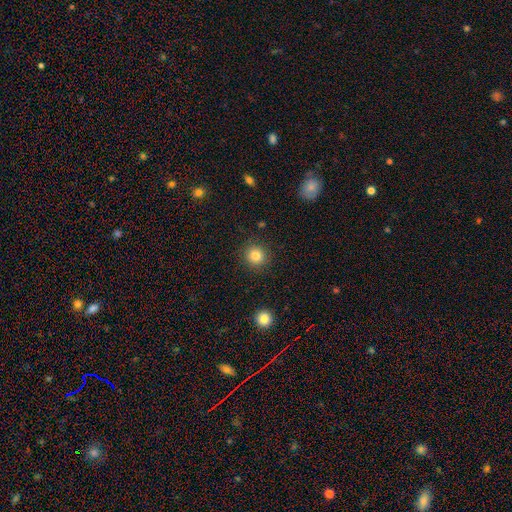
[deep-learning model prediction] Q: Smooth or featured?
A: smooth (84%); runner-up: star or artifact (11%)
Q: How rounded?
A: round (91%); runner-up: in between (8%)
Q: Merging?
A: none (89%); runner-up: minor disturbance (7%)